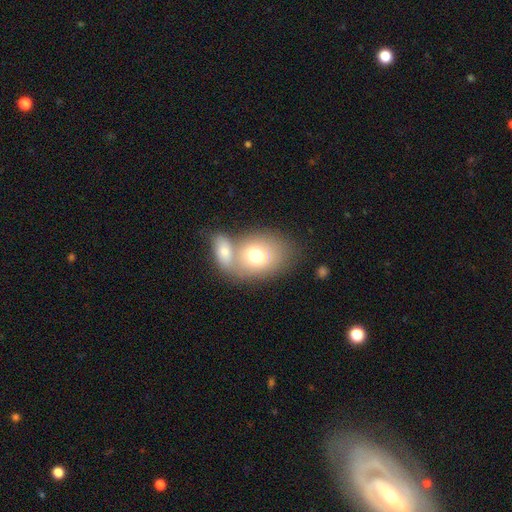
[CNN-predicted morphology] Smooth or featured? Predicted: smooth (p=0.70). How rounded? Predicted: in between (p=0.66). Merging? Predicted: merger (p=0.47).